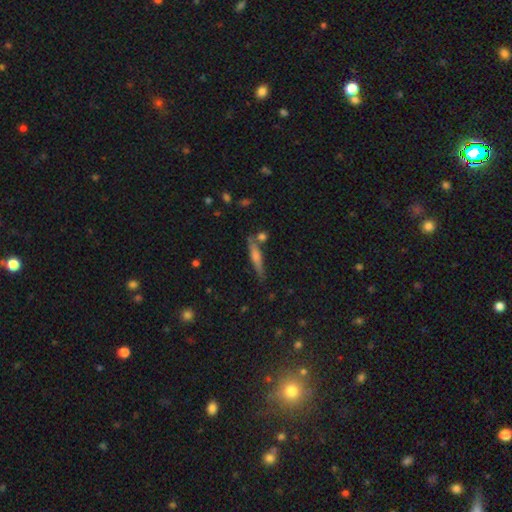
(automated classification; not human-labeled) smooth_or_featured: featured or disk (p=0.59) [alt: smooth p=0.31]
disk_edge_on: yes (p=0.96) [alt: no p=0.04]
edge_on_bulge: rounded (p=0.71) [alt: none p=0.15]
merging: none (p=0.78) [alt: minor disturbance p=0.12]